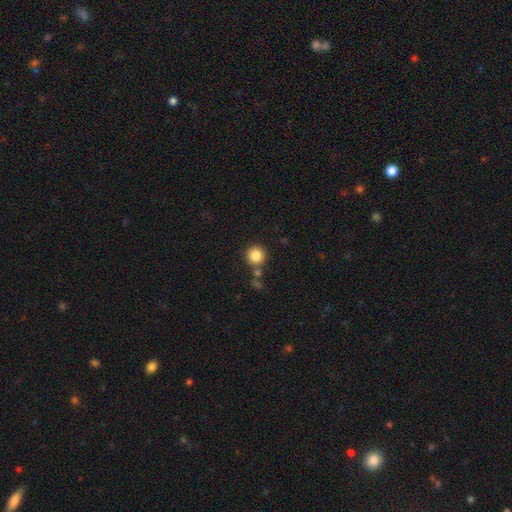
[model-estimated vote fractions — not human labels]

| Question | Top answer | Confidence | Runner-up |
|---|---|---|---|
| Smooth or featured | smooth | 85% | star or artifact (10%) |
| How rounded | round | 95% | in between (4%) |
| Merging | none | 79% | merger (10%) |